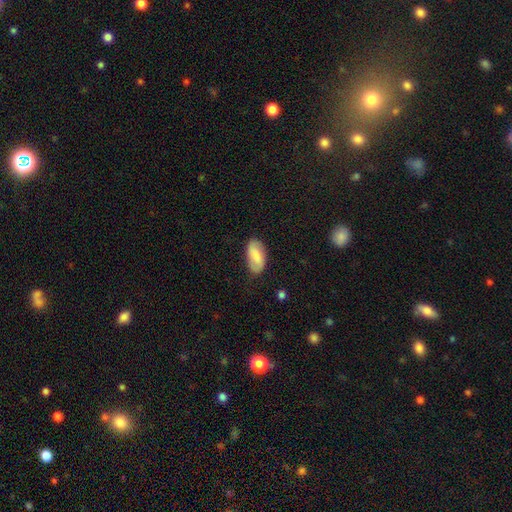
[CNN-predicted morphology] Smooth or featured: smooth — 77% (featured or disk — 17%)
How rounded: in between — 93% (cigar-shaped — 4%)
Merging: none — 77% (minor disturbance — 18%)